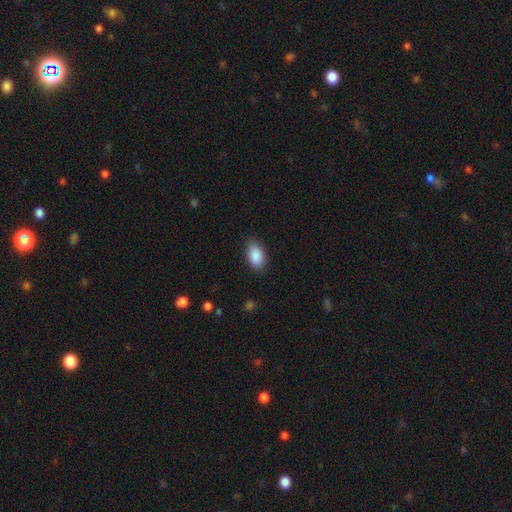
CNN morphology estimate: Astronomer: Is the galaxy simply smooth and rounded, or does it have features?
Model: smooth — 90%.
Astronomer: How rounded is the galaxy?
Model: in between — 94%.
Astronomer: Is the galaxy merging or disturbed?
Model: none — 85%.